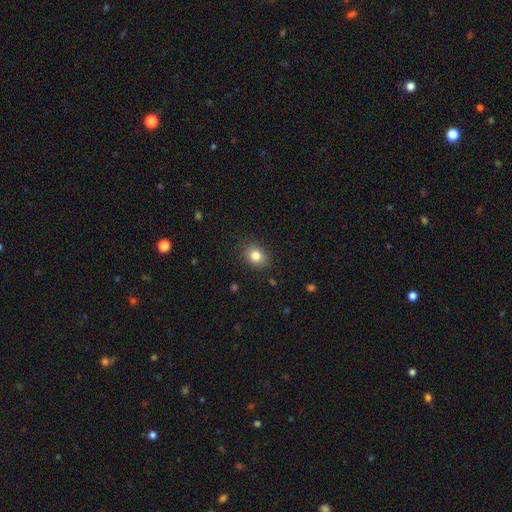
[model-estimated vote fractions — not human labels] Morphology: type=smooth (82%); roundness=round (55%); merging=none (86%).